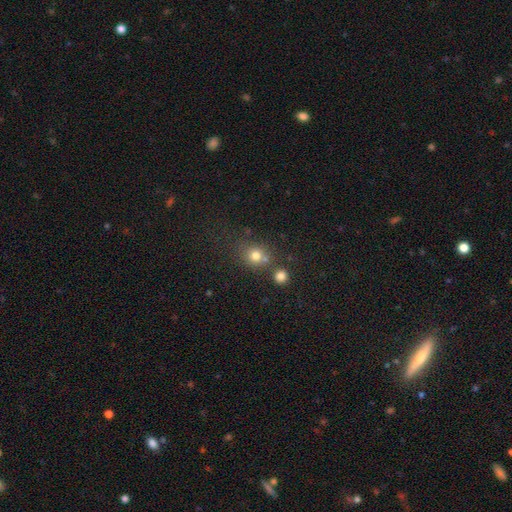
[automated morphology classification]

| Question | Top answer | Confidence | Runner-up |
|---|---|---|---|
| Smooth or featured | smooth | 75% | star or artifact (15%) |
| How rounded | round | 81% | in between (18%) |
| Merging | none | 59% | merger (26%) |